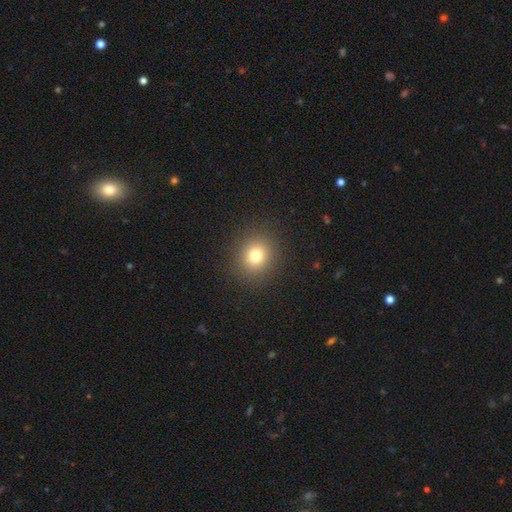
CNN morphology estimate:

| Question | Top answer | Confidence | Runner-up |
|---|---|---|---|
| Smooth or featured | smooth | 77% | star or artifact (15%) |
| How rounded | round | 84% | in between (15%) |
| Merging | none | 90% | minor disturbance (6%) |